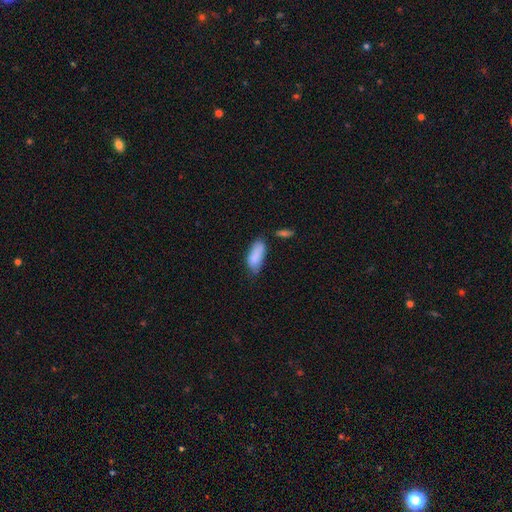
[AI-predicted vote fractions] Smooth or featured? Predicted: smooth (p=0.86). How rounded? Predicted: in between (p=0.84). Merging? Predicted: none (p=0.56).